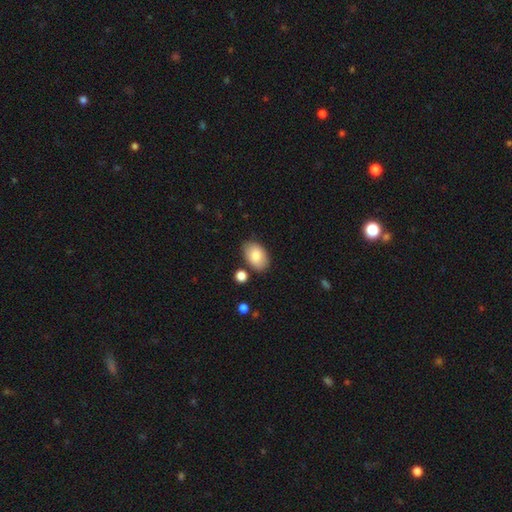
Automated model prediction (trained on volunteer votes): This appears to be a smooth galaxy with no disk features (83%) that is in between round and cigar-shaped (90%). Merging: none (79%).